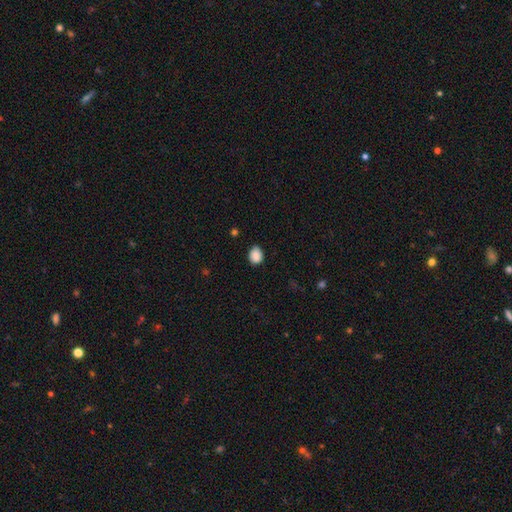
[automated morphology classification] Q: Smooth or featured?
A: smooth (89%); runner-up: star or artifact (8%)
Q: How rounded?
A: in between (56%); runner-up: round (43%)
Q: Merging?
A: none (81%); runner-up: minor disturbance (15%)